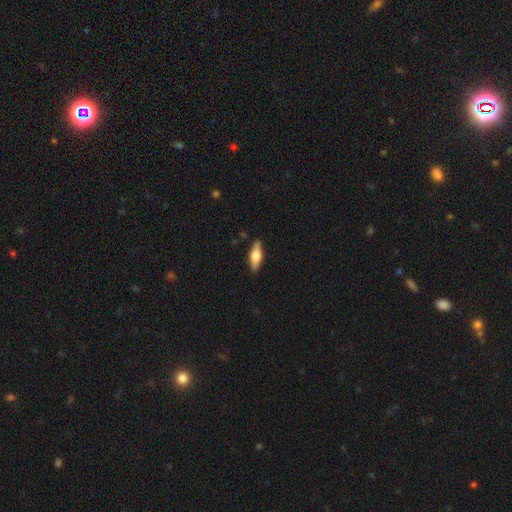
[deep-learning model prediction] smooth_or_featured: smooth (p=0.55) [alt: featured or disk p=0.39]
how_rounded: in between (p=0.57) [alt: cigar-shaped p=0.40]
merging: none (p=0.88) [alt: minor disturbance p=0.09]